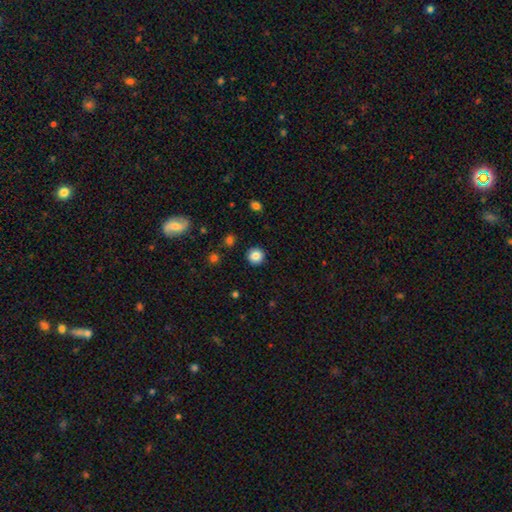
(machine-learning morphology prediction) Overall: smooth (85%). How rounded: round (95%). Merging: none (92%).